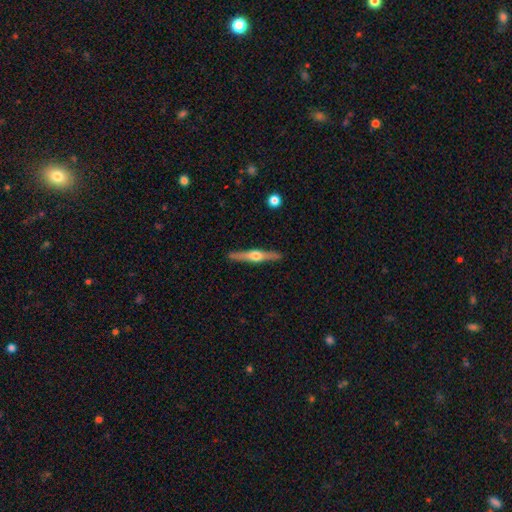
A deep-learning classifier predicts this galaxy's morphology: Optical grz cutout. It shows a featured or disk galaxy (74%) viewed edge-on (98%) with a rounded central bulge (94%). Merging: none (90%).